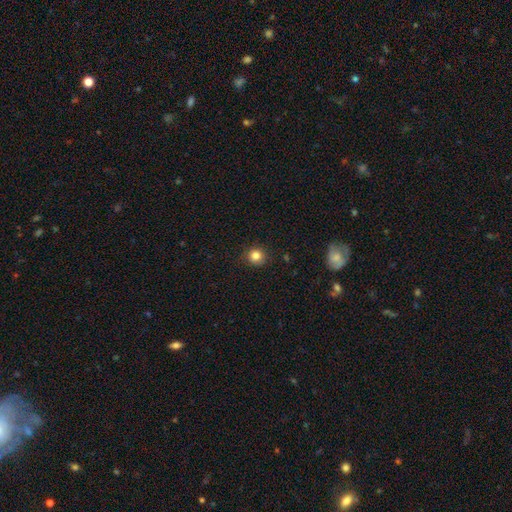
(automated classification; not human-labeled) smooth_or_featured: smooth (p=0.83) [alt: star or artifact p=0.12]
how_rounded: round (p=0.91) [alt: in between p=0.08]
merging: none (p=0.88) [alt: minor disturbance p=0.09]